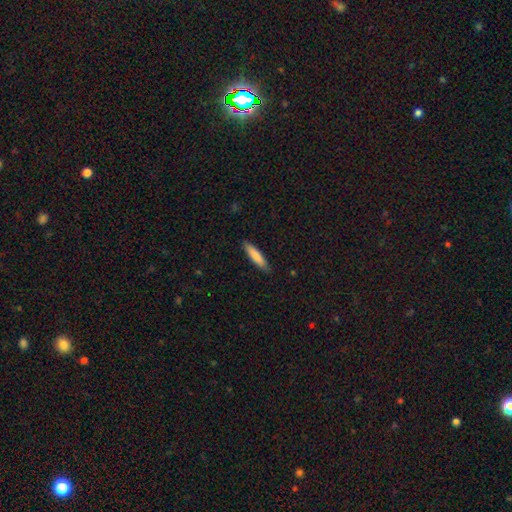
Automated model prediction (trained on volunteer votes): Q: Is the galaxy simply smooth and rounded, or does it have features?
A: smooth — 84%.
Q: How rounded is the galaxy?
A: cigar-shaped — 82%.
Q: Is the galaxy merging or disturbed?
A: none — 88%.